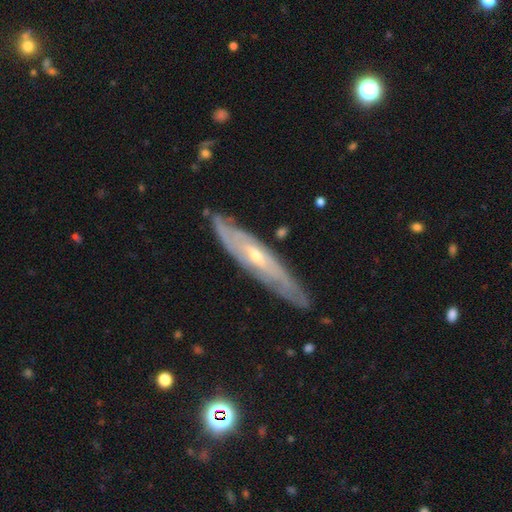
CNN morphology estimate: Q: Smooth or featured?
A: featured or disk (78%); runner-up: smooth (15%)
Q: Edge-on disk?
A: yes (51%); runner-up: no (49%)
Q: Merging?
A: none (81%); runner-up: minor disturbance (15%)